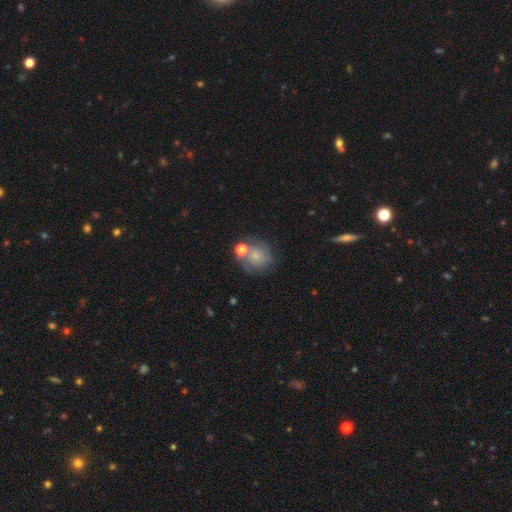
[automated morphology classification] Q: Smooth or featured?
A: smooth (61%); runner-up: featured or disk (28%)
Q: How rounded?
A: round (83%); runner-up: in between (16%)
Q: Merging?
A: none (56%); runner-up: merger (18%)